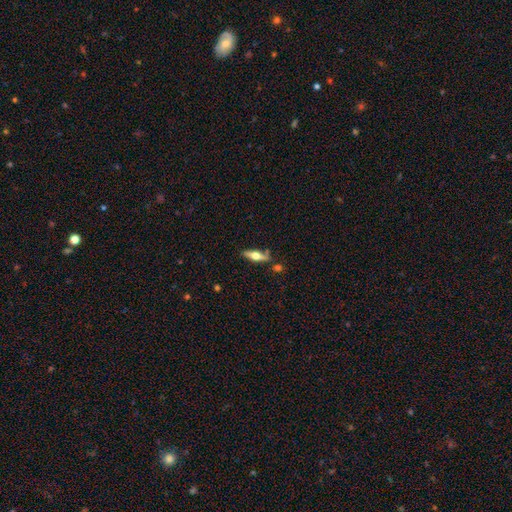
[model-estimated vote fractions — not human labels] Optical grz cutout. It shows a featured or disk galaxy (58%) viewed edge-on (92%) with a rounded central bulge (95%). Merging: none (75%).